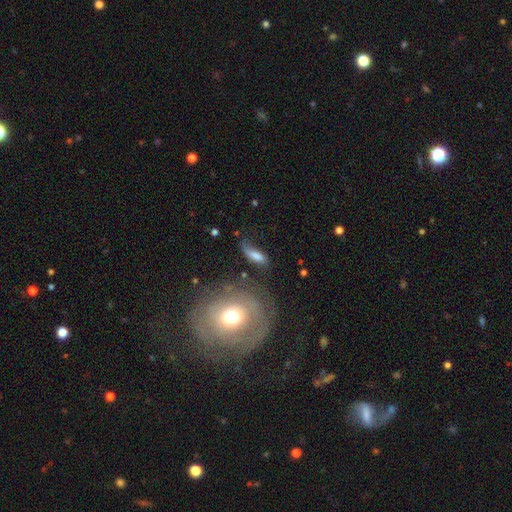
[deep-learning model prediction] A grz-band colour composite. It shows a smooth galaxy with no disk features (64%) that is in between round and cigar-shaped (56%). Merging: none (41%).